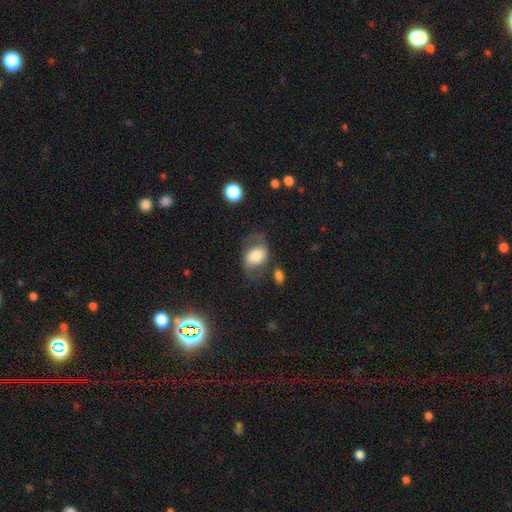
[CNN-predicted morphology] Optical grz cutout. It shows a smooth galaxy with no disk features (56%) that is in between round and cigar-shaped (74%). Merging: none (53%).